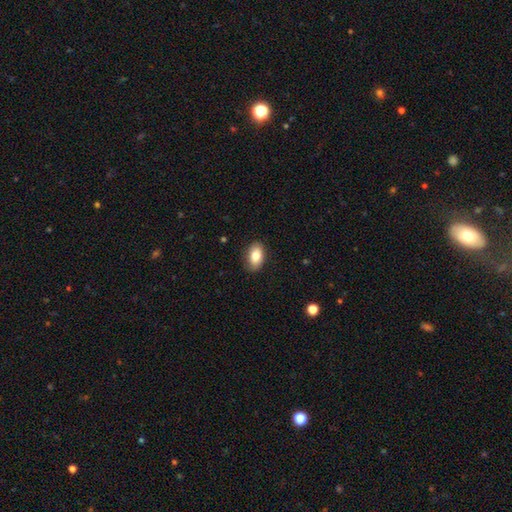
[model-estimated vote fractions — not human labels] The model was most divided on "smooth or featured": smooth: 82%, featured or disk: 11%, star or artifact: 7%. More confident: how rounded — in between (91%); merging — none (86%).